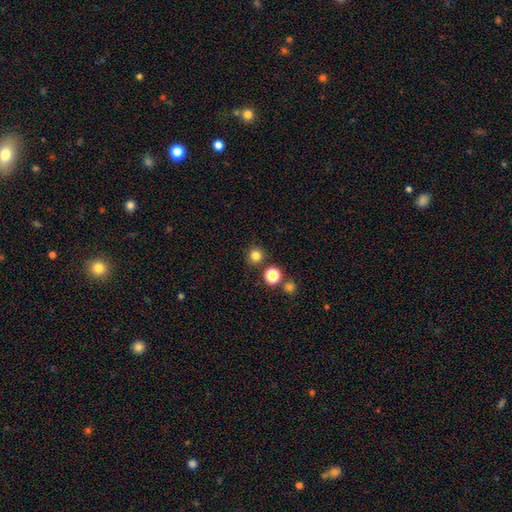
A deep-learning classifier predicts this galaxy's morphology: smooth-or-featured: smooth: 80% | star or artifact: 15% | featured or disk: 5%
  how-rounded: round: 94% | in between: 5% | cigar-shaped: 1%
  merging: none: 86% | minor disturbance: 7% | merger: 5% | major disturbance: 2%